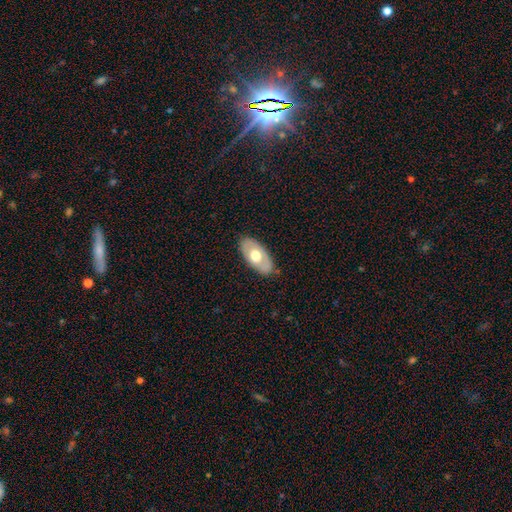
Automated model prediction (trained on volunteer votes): Smooth or featured? Predicted: smooth (p=0.52). How rounded? Predicted: in between (p=0.93). Merging? Predicted: none (p=0.83).